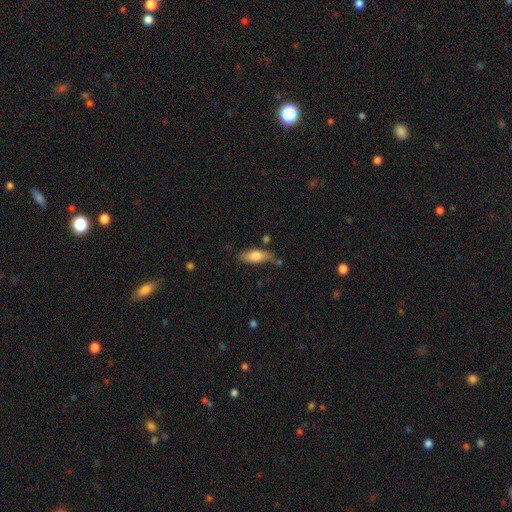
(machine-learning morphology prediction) The model was most divided on "merging": none: 60%, minor disturbance: 26%, merger: 7%, major disturbance: 7%. More confident: smooth or featured — smooth (76%); how rounded — in between (70%).